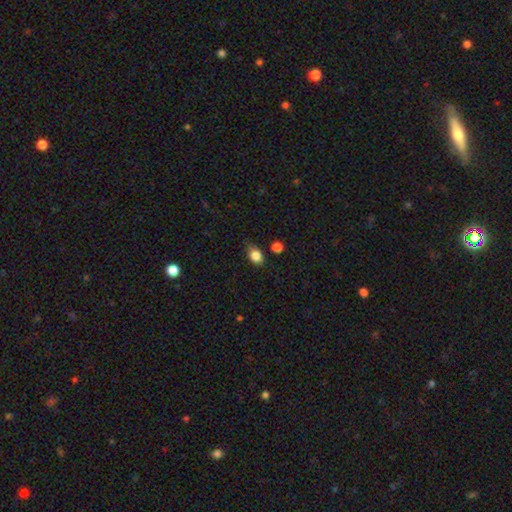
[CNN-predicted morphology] Smooth or featured?
  - smooth: 83% *
  - star or artifact: 9%
  - featured or disk: 8%
How rounded?
  - in between: 72% *
  - round: 25%
  - cigar-shaped: 2%
Merging?
  - none: 68% *
  - minor disturbance: 24%
  - major disturbance: 4%
  - merger: 3%